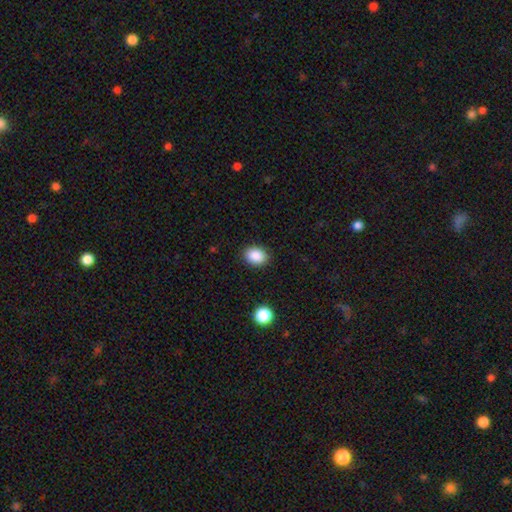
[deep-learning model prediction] A smooth galaxy with no disk features (88%) that is in between round and cigar-shaped (61%). Merging: none (88%).